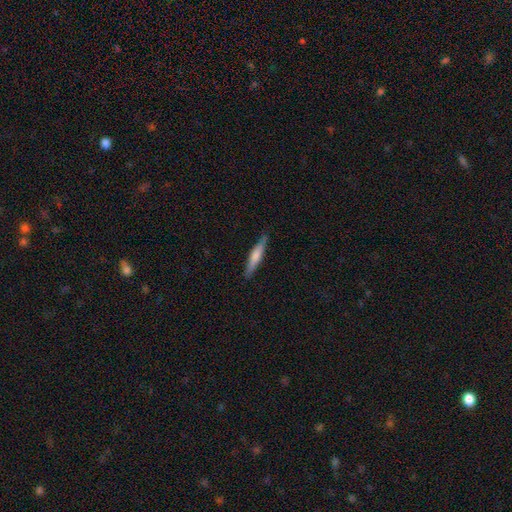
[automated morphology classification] smooth-or-featured: smooth: 57% | featured or disk: 37% | star or artifact: 6%
  how-rounded: cigar-shaped: 90% | in between: 9% | round: 1%
  merging: none: 84% | minor disturbance: 13% | major disturbance: 2% | merger: 1%